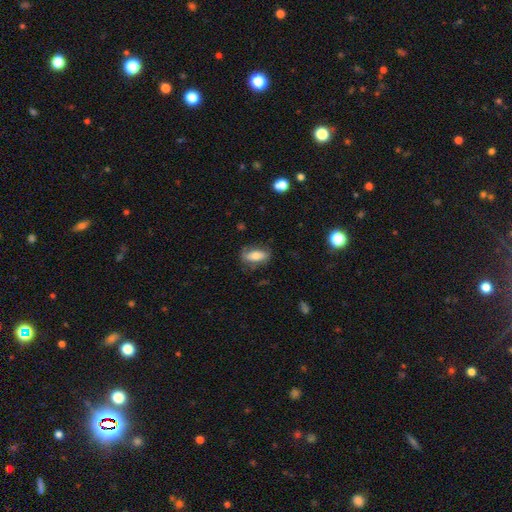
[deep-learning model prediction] Q: Smooth or featured?
A: smooth (57%); runner-up: featured or disk (35%)
Q: How rounded?
A: in between (80%); runner-up: cigar-shaped (16%)
Q: Merging?
A: none (67%); runner-up: minor disturbance (22%)